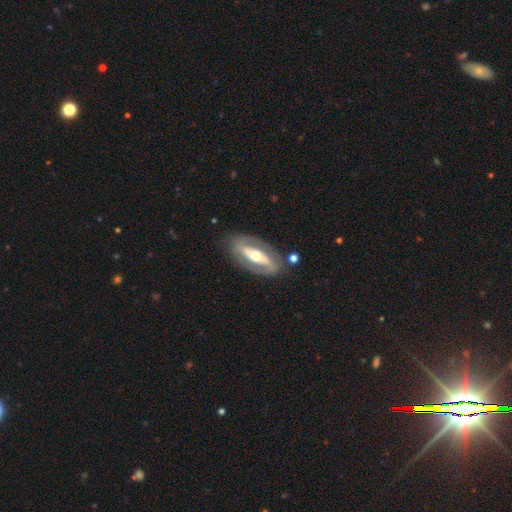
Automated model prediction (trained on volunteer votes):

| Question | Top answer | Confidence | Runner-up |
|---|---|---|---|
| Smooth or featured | featured or disk | 75% | smooth (20%) |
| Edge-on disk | no | 89% | yes (11%) |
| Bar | strong | 46% | no (34%) |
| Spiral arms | yes | 58% | no (42%) |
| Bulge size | moderate | 69% | small (19%) |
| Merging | none | 79% | minor disturbance (13%) |